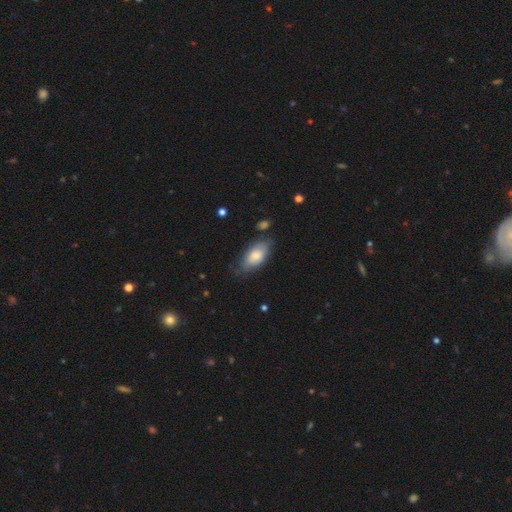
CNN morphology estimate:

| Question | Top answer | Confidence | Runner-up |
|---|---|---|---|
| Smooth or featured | smooth | 73% | featured or disk (21%) |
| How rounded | in between | 91% | cigar-shaped (6%) |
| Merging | none | 64% | minor disturbance (26%) |